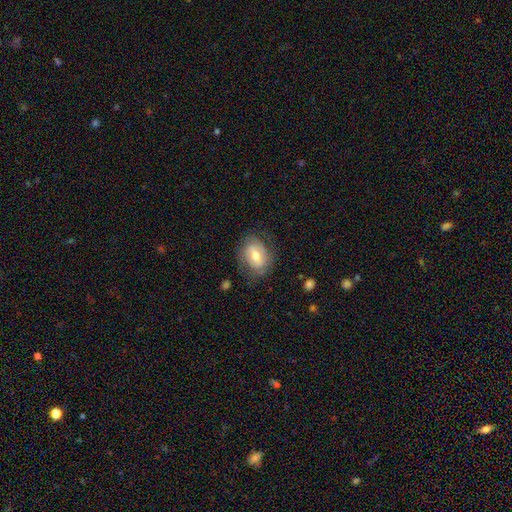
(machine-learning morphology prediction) Q: Smooth or featured?
A: smooth (48%); runner-up: featured or disk (44%)
Q: Merging?
A: none (70%); runner-up: minor disturbance (20%)